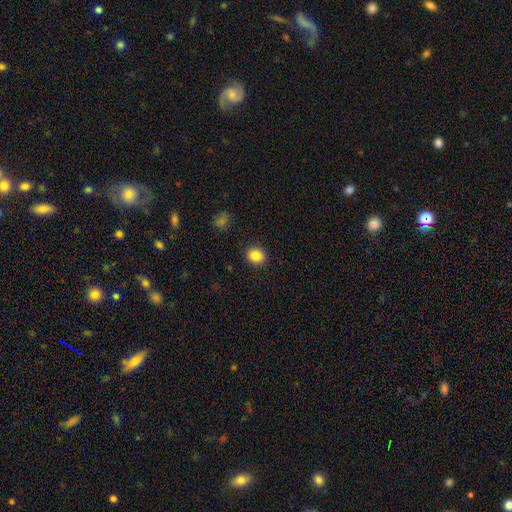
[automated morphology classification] A smooth galaxy with no disk features (86%) that is round (75%).

Vote fractions:
- Smooth or featured? smooth: 86% / star or artifact: 10% / featured or disk: 5%
- How rounded? round: 75% / in between: 24% / cigar-shaped: 1%
- Merging? none: 91% / minor disturbance: 6% / major disturbance: 2% / merger: 1%